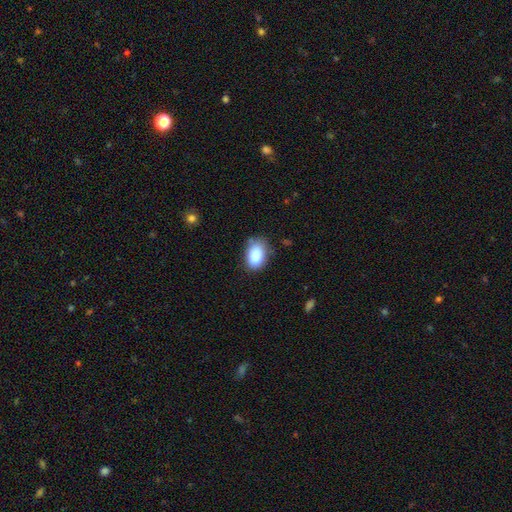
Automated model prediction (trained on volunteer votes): smooth_or_featured: smooth (p=0.85) [alt: star or artifact p=0.08]
how_rounded: in between (p=0.88) [alt: round p=0.11]
merging: none (p=0.74) [alt: minor disturbance p=0.20]